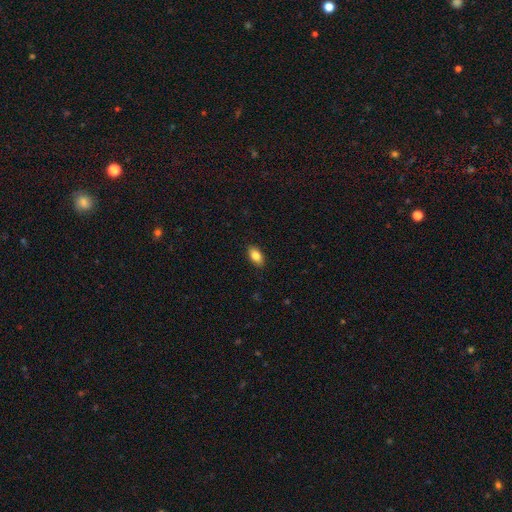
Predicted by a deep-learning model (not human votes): The model was most divided on "smooth or featured": smooth: 84%, featured or disk: 8%, star or artifact: 8%. More confident: how rounded — in between (91%); merging — none (88%).